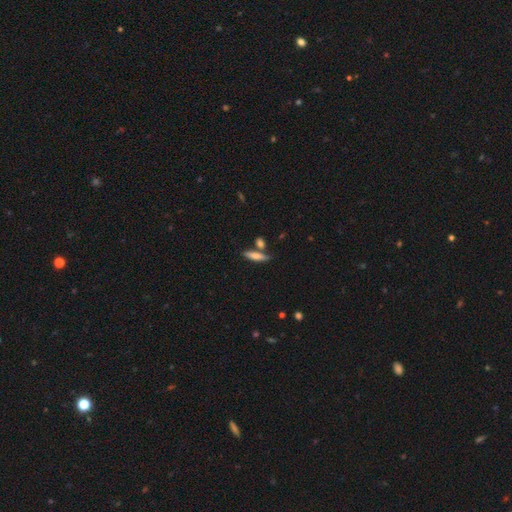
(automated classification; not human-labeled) Q: Smooth or featured?
A: smooth (64%); runner-up: featured or disk (28%)
Q: How rounded?
A: cigar-shaped (73%); runner-up: in between (25%)
Q: Merging?
A: none (68%); runner-up: merger (16%)